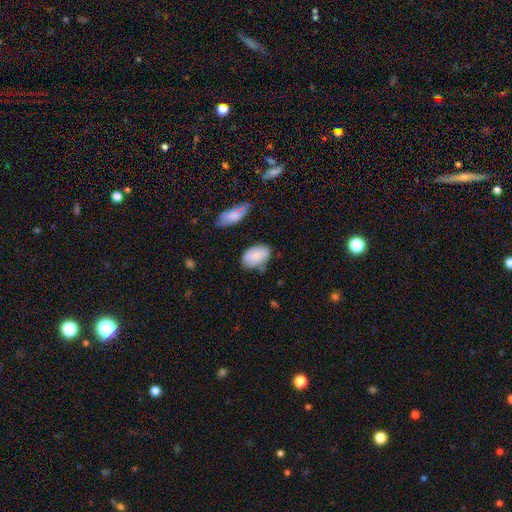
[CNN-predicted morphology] This is clearly a smooth galaxy (83%). How rounded: clearly in between (90%). Merging: possibly none (59%).